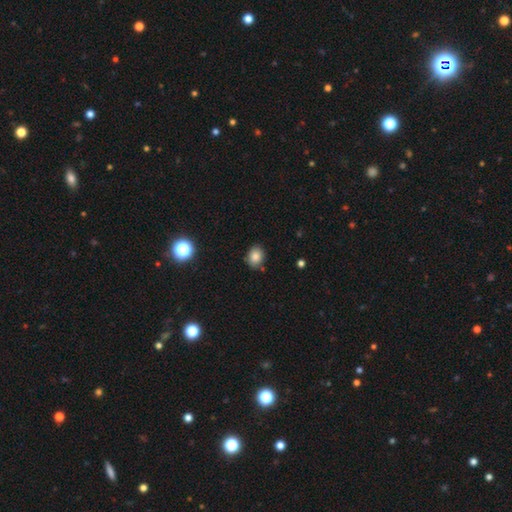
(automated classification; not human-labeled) Morphology: type=smooth (83%); roundness=round (50%, tied with in between); merging=none (81%).